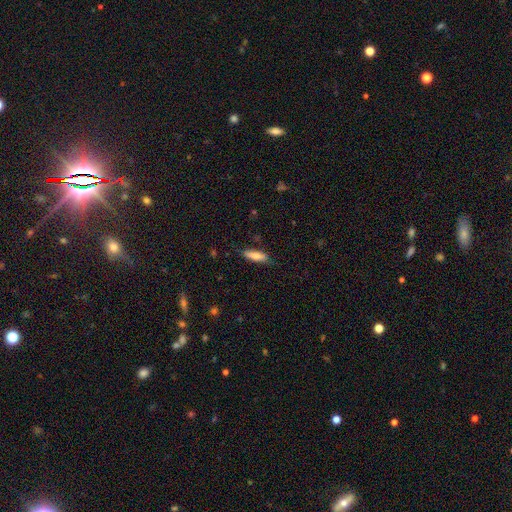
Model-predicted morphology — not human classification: type=smooth (73%); roundness=cigar-shaped (60%); merging=none (80%).